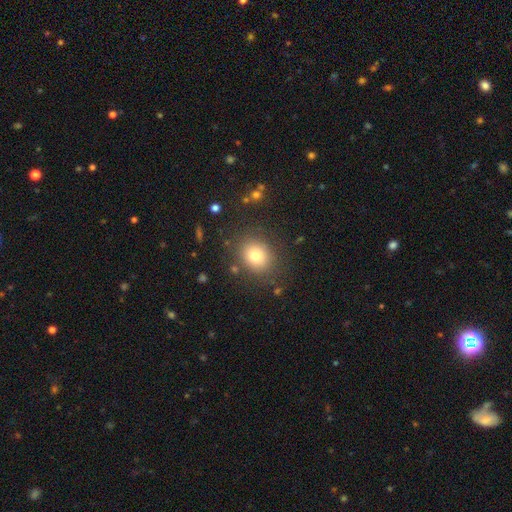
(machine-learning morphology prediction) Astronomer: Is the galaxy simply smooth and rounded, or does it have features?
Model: smooth — 78%.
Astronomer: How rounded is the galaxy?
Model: round — 70%.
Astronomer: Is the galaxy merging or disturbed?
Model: none — 84%.